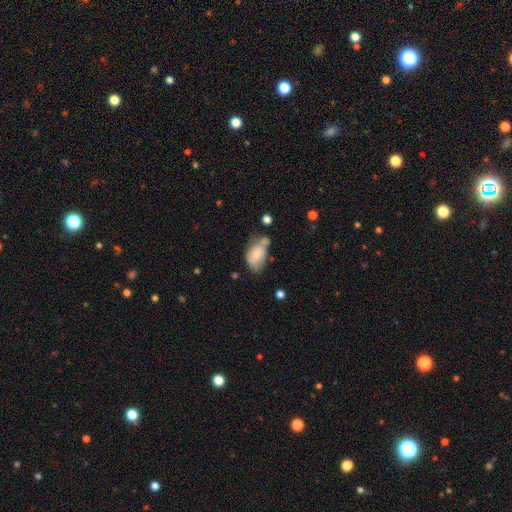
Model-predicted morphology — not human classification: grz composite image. It shows a smooth galaxy with no disk features (70%) that is in between round and cigar-shaped (89%). Merging: minor disturbance (32%).